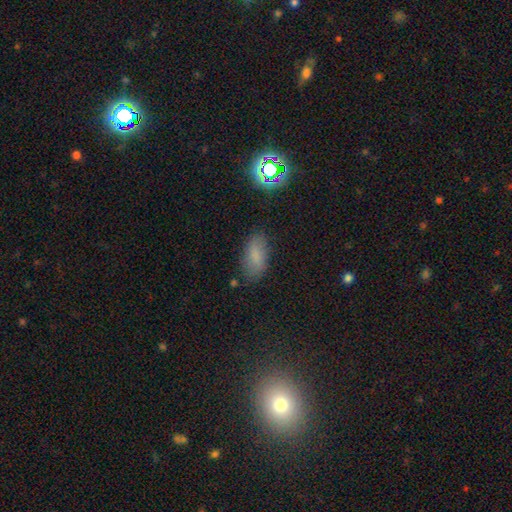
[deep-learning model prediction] smooth 76%, star or artifact 15%, featured or disk 9%. Down the decision tree: how rounded — in between (90%); merging — none (77%).